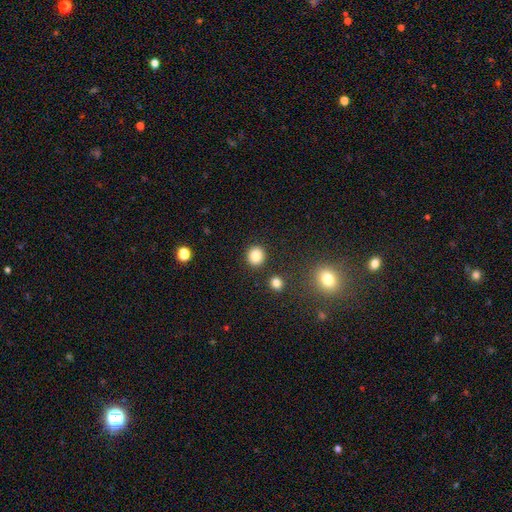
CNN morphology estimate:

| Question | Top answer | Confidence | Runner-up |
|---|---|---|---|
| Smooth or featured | smooth | 84% | star or artifact (11%) |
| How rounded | round | 91% | in between (8%) |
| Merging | none | 90% | minor disturbance (5%) |